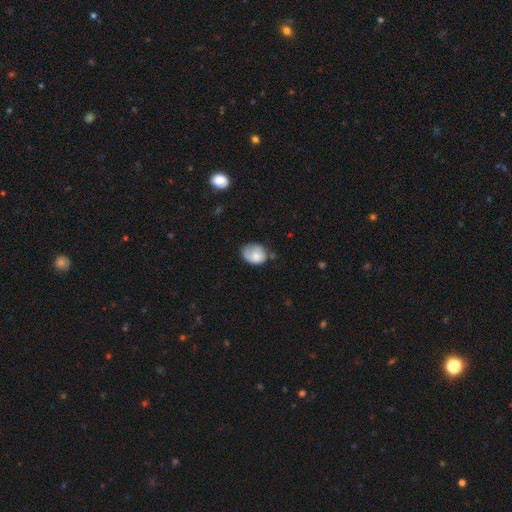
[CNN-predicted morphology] smooth_or_featured: smooth (p=0.72) [alt: featured or disk p=0.21]
how_rounded: in between (p=0.59) [alt: round p=0.40]
merging: none (p=0.42) [alt: minor disturbance p=0.37]